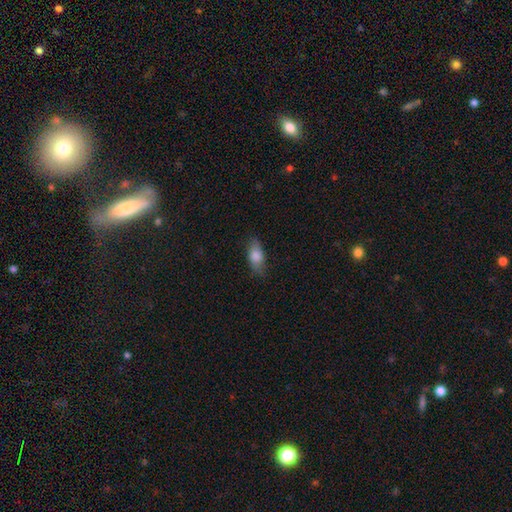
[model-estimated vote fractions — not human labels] The model was most divided on "merging": none: 75%, minor disturbance: 19%, major disturbance: 5%, merger: 1%. More confident: how rounded — in between (83%); smooth or featured — smooth (78%).